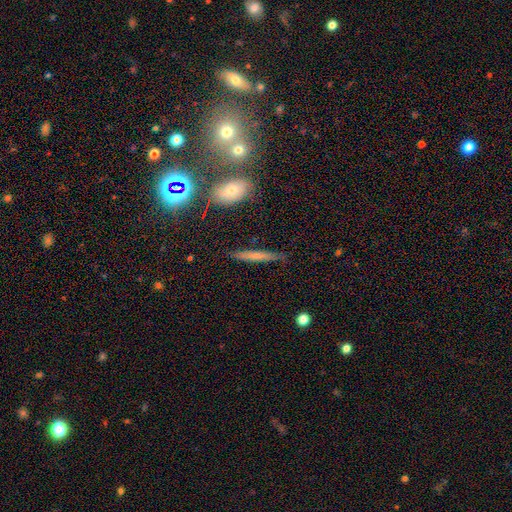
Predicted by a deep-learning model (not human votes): Smooth or featured? smooth (58%)
How rounded? cigar-shaped (92%)
Merging? none (84%)